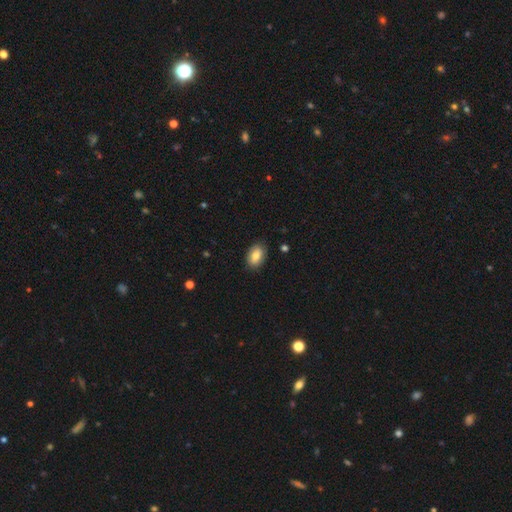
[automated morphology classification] Smooth or featured?
  - smooth: 80% *
  - featured or disk: 13%
  - star or artifact: 7%
How rounded?
  - in between: 87% *
  - round: 11%
  - cigar-shaped: 1%
Merging?
  - none: 85% *
  - minor disturbance: 11%
  - major disturbance: 2%
  - merger: 1%